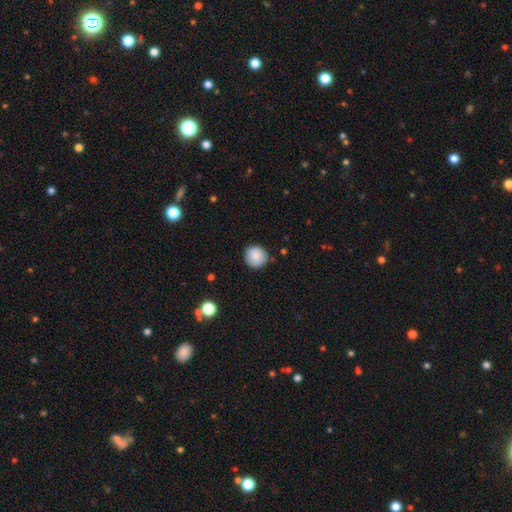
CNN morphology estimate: Smooth or featured?
  - smooth: 87% *
  - star or artifact: 8%
  - featured or disk: 5%
How rounded?
  - round: 93% *
  - in between: 6%
  - cigar-shaped: 1%
Merging?
  - none: 87% *
  - minor disturbance: 9%
  - major disturbance: 2%
  - merger: 1%